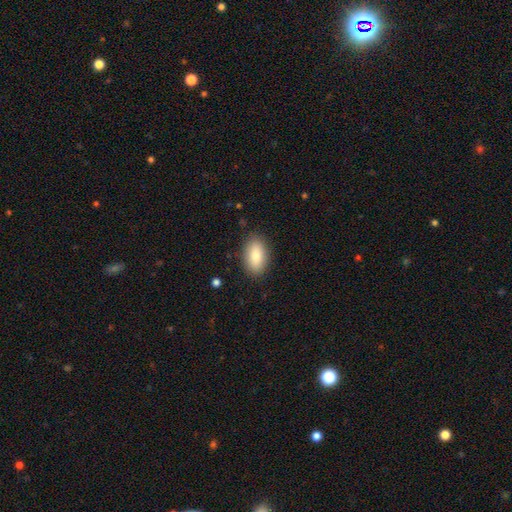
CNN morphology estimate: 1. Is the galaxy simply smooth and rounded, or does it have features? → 83% smooth, 11% featured or disk, 7% star or artifact.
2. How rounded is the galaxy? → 92% in between, 5% round, 3% cigar-shaped.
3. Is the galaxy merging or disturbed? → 86% none, 10% minor disturbance, 3% major disturbance, 1% merger.